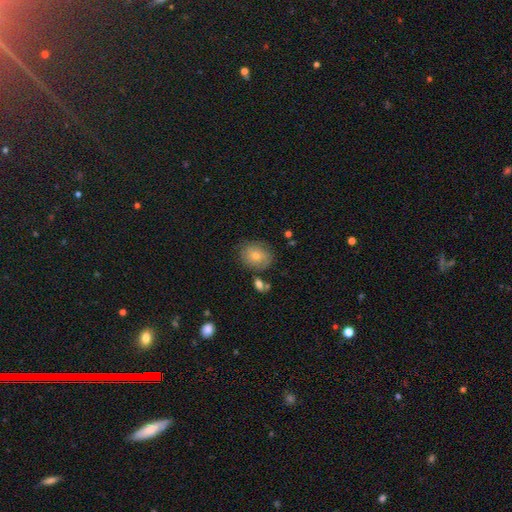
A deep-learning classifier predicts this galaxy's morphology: Smooth or featured?
  - smooth: 69% *
  - featured or disk: 22%
  - star or artifact: 8%
How rounded?
  - round: 59% *
  - in between: 40%
  - cigar-shaped: 1%
Merging?
  - none: 72% *
  - minor disturbance: 18%
  - merger: 5%
  - major disturbance: 5%